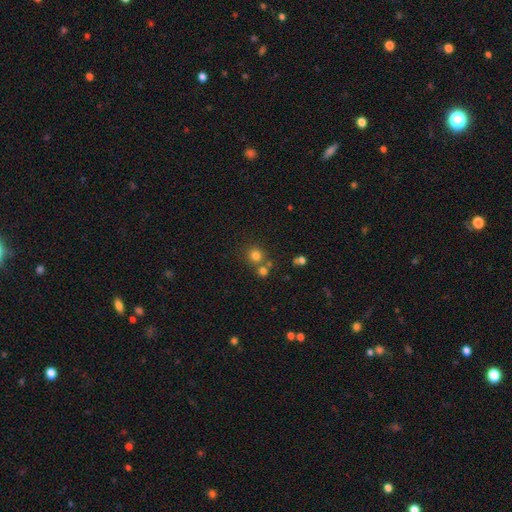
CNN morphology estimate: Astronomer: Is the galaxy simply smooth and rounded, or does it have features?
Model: smooth — 77%.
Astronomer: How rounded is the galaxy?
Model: round — 88%.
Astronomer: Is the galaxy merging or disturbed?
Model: none — 64%.